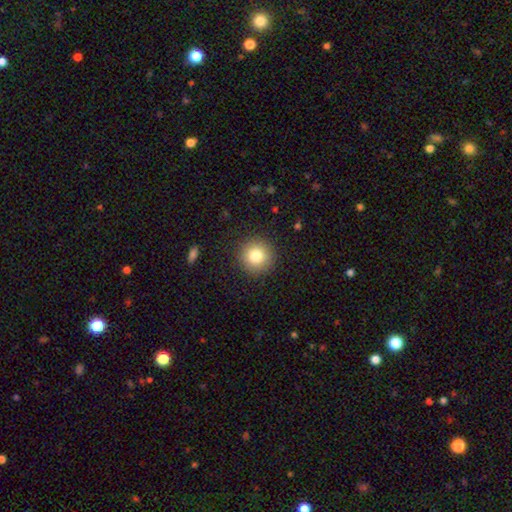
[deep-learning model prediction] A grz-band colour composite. It shows a smooth galaxy with no disk features (82%) that is round (95%). Merging: none (91%).